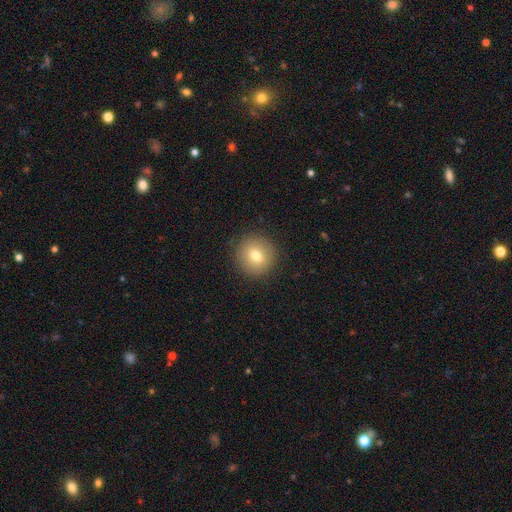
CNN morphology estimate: A smooth galaxy with no disk features (75%) that is round (92%).

Vote fractions:
- Smooth or featured? smooth: 75% / featured or disk: 15% / star or artifact: 10%
- How rounded? round: 92% / in between: 7% / cigar-shaped: 1%
- Merging? none: 90% / minor disturbance: 7% / major disturbance: 2% / merger: 1%